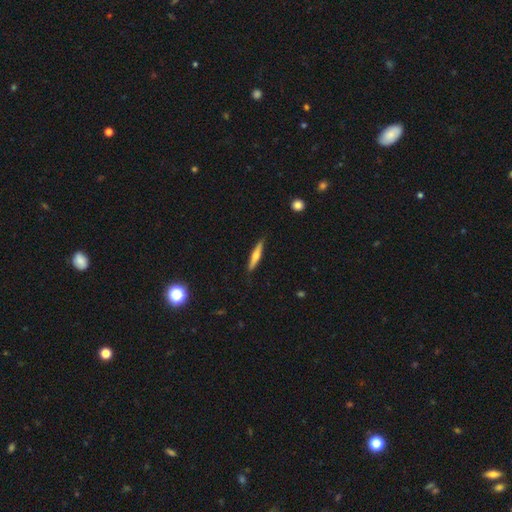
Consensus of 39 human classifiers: Volunteers were most divided on "smooth or featured": smooth: 54%, featured or disk: 36%, star or artifact: 10%. More confident: merging — none (83%); how rounded — cigar-shaped (81%).